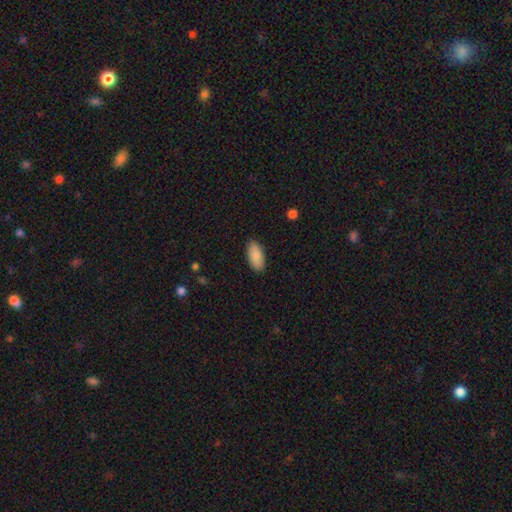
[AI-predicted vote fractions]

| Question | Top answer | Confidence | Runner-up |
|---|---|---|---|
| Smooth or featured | smooth | 88% | featured or disk (6%) |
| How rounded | in between | 91% | cigar-shaped (7%) |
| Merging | none | 89% | minor disturbance (8%) |